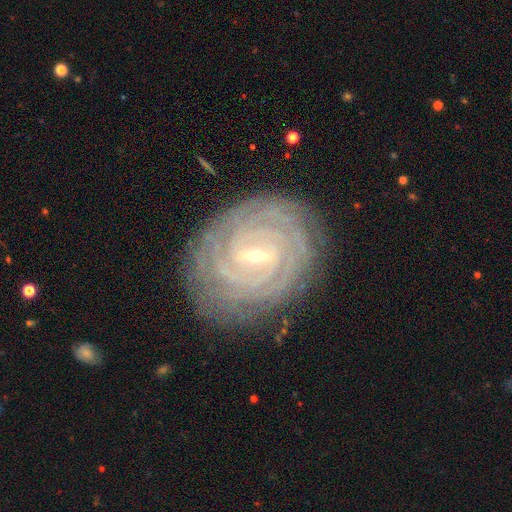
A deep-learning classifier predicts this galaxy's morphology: This appears to be a featured or disk galaxy (90%) with a weak bar (46%), tight (89%) spiral arms (98%) and a small central bulge (74%). Merging: none (85%).